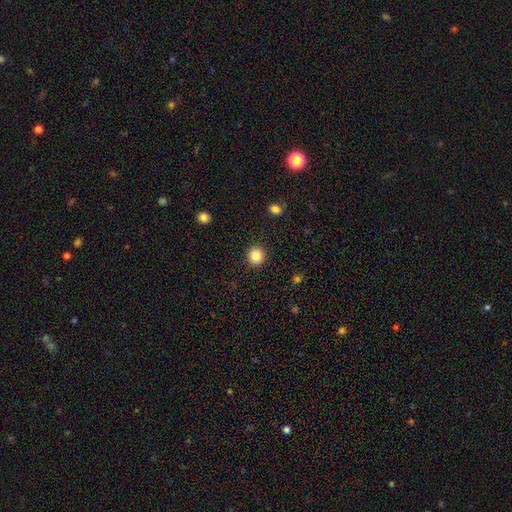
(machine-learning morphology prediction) The model was most divided on "smooth or featured": smooth: 85%, star or artifact: 10%, featured or disk: 4%. More confident: how rounded — round (92%); merging — none (92%).